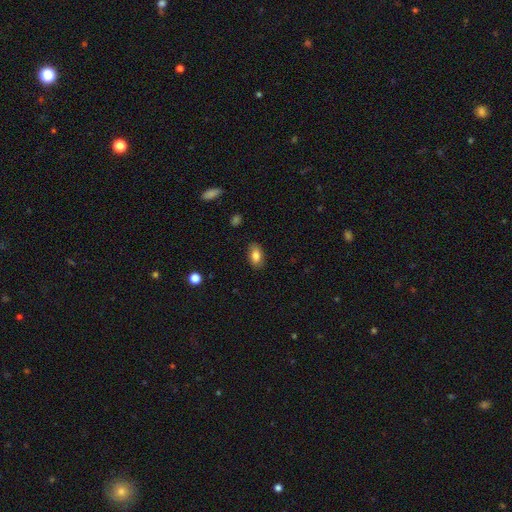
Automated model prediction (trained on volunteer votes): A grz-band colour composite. It shows a smooth galaxy with no disk features (83%) that is in between round and cigar-shaped (90%). Merging: none (86%).